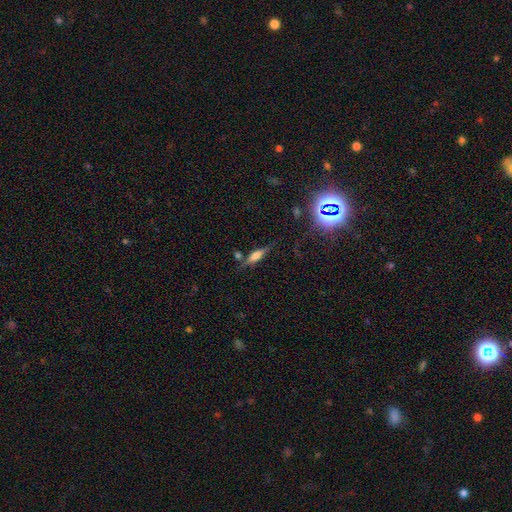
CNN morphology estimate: This appears to be a smooth galaxy with no disk features (46%). Merging: none (65%).